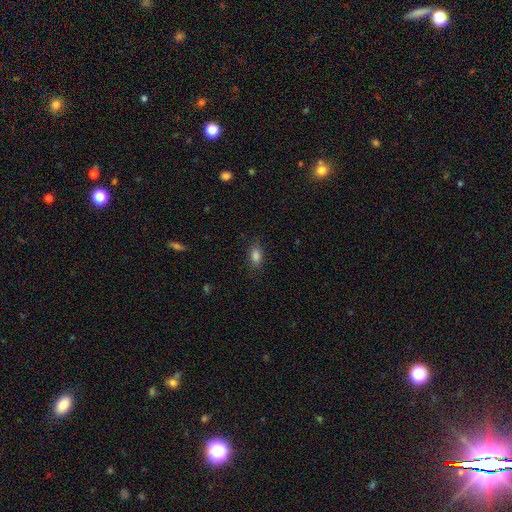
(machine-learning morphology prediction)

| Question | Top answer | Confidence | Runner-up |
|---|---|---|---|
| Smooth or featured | smooth | 83% | star or artifact (10%) |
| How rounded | in between | 86% | round (9%) |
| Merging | none | 82% | minor disturbance (13%) |